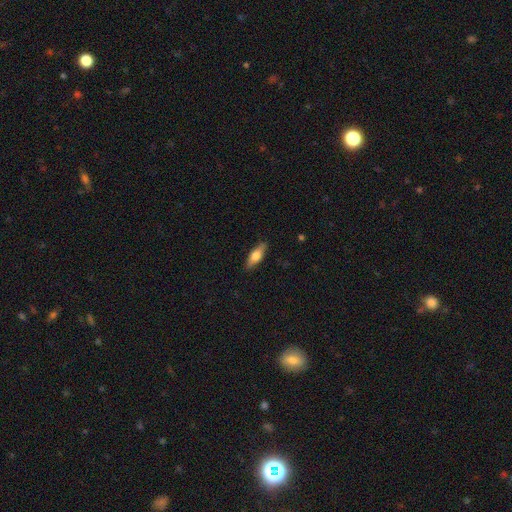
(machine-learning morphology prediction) type=smooth (62%); roundness=in between (57%); merging=none (87%).